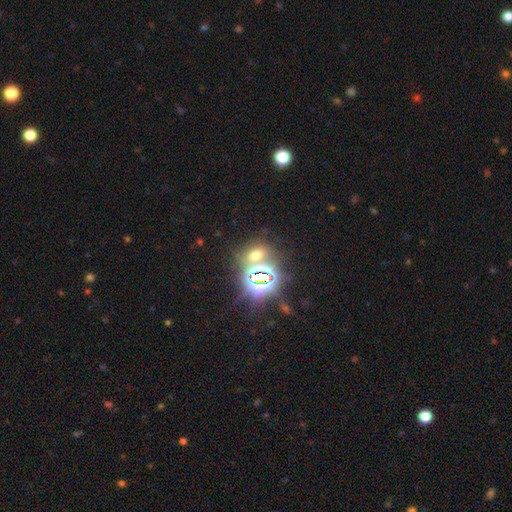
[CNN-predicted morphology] smooth-or-featured: star or artifact: 55% | smooth: 36% | featured or disk: 9%